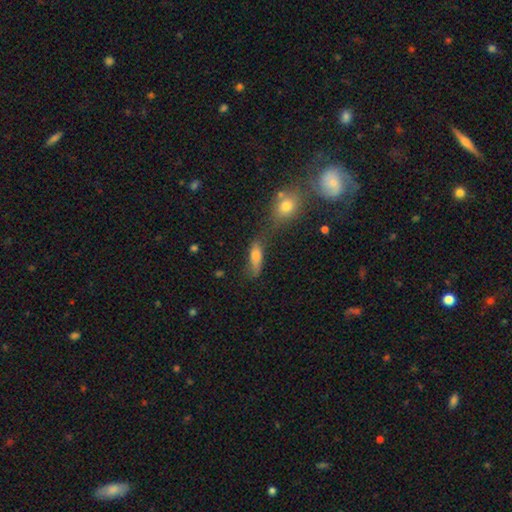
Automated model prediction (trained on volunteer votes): smooth-or-featured: smooth: 72% | featured or disk: 17% | star or artifact: 11%
  how-rounded: in between: 54% | cigar-shaped: 40% | round: 6%
  merging: none: 50% | merger: 21% | minor disturbance: 20% | major disturbance: 10%